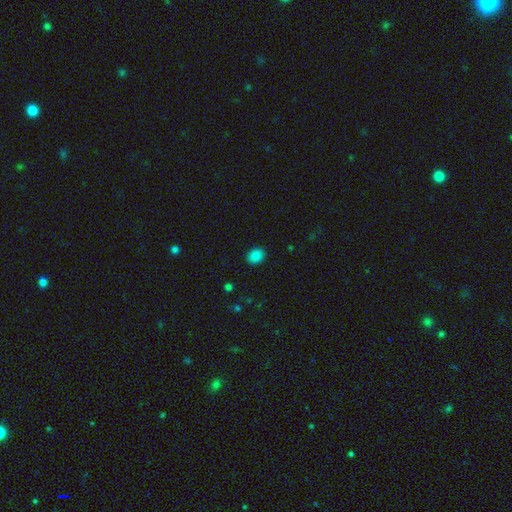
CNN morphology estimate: A smooth galaxy with no disk features (86%) that is round (54%).

Vote fractions:
- Smooth or featured? smooth: 86% / star or artifact: 11% / featured or disk: 3%
- How rounded? round: 54% / in between: 45% / cigar-shaped: 1%
- Merging? none: 90% / minor disturbance: 7% / major disturbance: 2% / merger: 1%